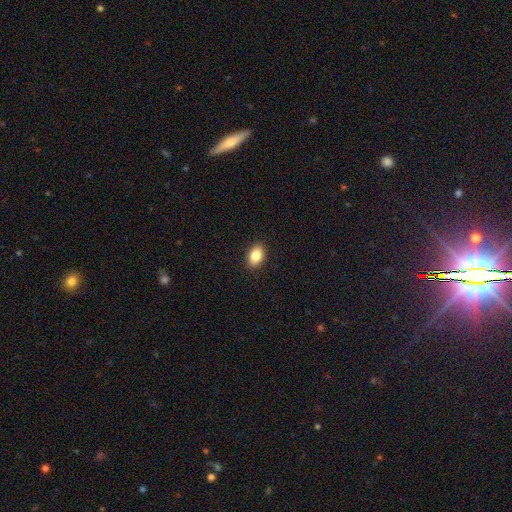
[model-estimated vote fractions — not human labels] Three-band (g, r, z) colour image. It shows a smooth galaxy with no disk features (86%) that is in between round and cigar-shaped (87%). Merging: none (90%).